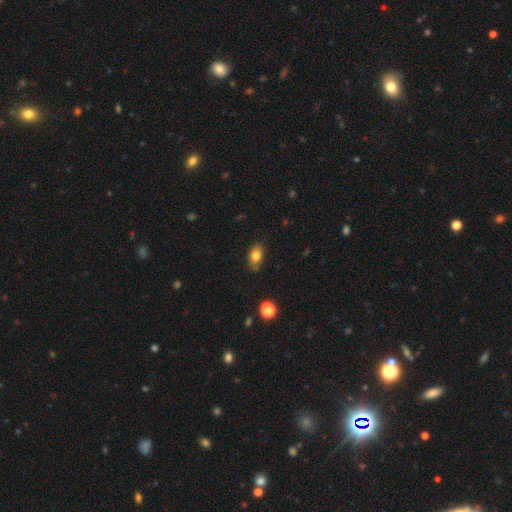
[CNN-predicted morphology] This appears to be a smooth galaxy with no disk features (80%) that is in between round and cigar-shaped (85%). Merging: none (79%).